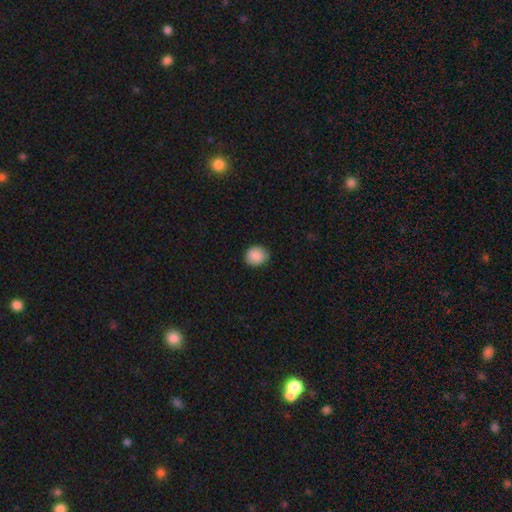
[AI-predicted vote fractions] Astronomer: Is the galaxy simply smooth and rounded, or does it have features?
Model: smooth — 89%.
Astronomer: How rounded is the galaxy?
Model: round — 74%.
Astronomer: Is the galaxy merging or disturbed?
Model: none — 85%.